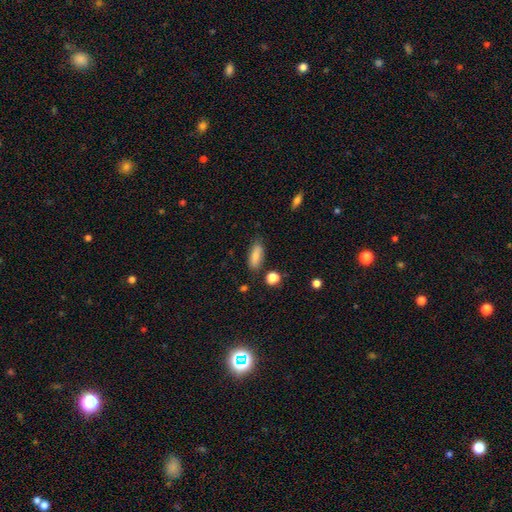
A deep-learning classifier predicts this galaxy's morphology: smooth 84%, featured or disk 9%, star or artifact 7%. Down the decision tree: how rounded — in between (71%); merging — none (78%).